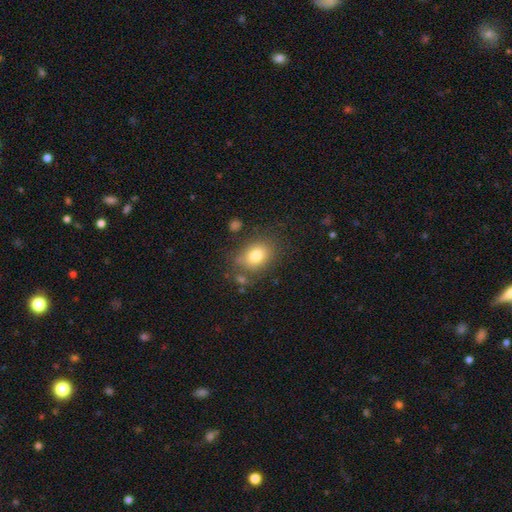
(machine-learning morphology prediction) The model was most divided on "how rounded": in between: 62%, round: 37%, cigar-shaped: 1%. More confident: smooth or featured — smooth (80%); merging — none (74%).